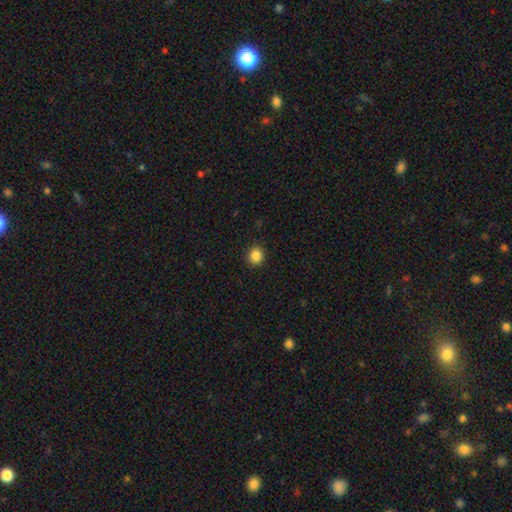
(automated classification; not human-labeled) smooth-or-featured: smooth: 86% | star or artifact: 11% | featured or disk: 4%
  how-rounded: round: 91% | in between: 8% | cigar-shaped: 1%
  merging: none: 90% | minor disturbance: 7% | major disturbance: 2% | merger: 1%